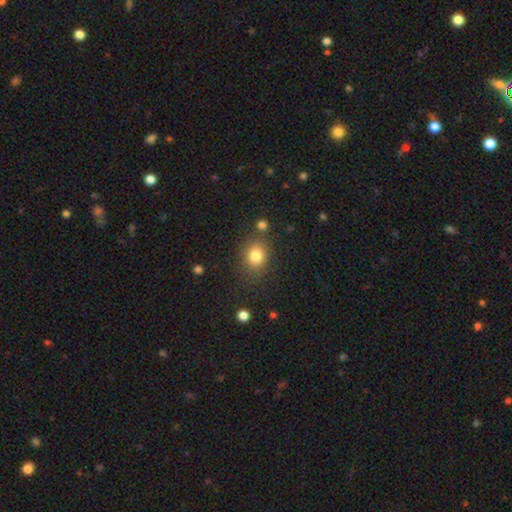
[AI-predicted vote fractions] Q: Smooth or featured?
A: smooth (82%); runner-up: star or artifact (11%)
Q: How rounded?
A: round (60%); runner-up: in between (39%)
Q: Merging?
A: none (78%); runner-up: minor disturbance (12%)